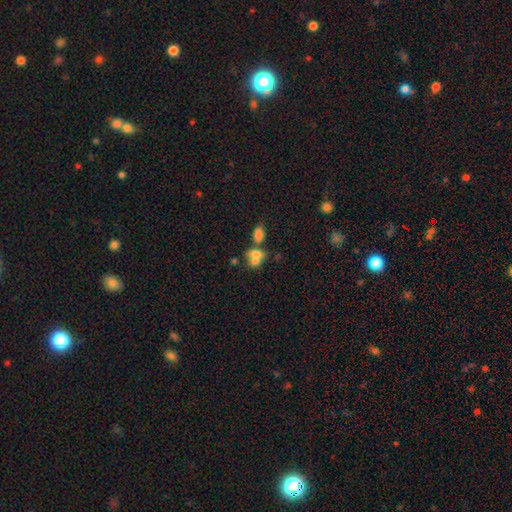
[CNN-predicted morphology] A smooth galaxy with no disk features (67%) that is in between round and cigar-shaped (61%).

Vote fractions:
- Smooth or featured? smooth: 67% / featured or disk: 22% / star or artifact: 12%
- How rounded? in between: 61% / round: 37% / cigar-shaped: 2%
- Merging? merger: 61% / none: 25% / minor disturbance: 9% / major disturbance: 6%